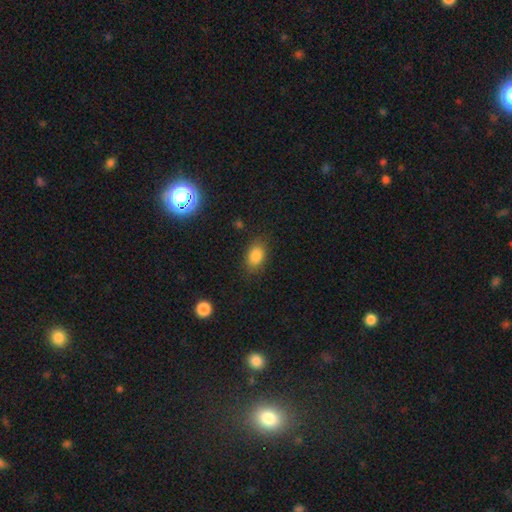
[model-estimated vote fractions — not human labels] smooth 84%, star or artifact 10%, featured or disk 6%. Down the decision tree: how rounded — in between (83%); merging — none (81%).